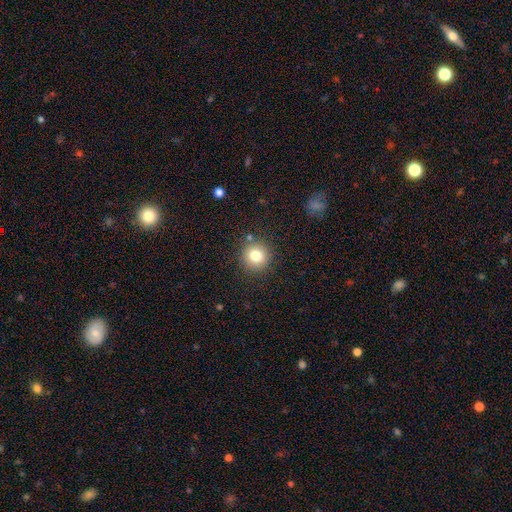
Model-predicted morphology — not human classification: Smooth or featured: smooth — 79% (star or artifact — 12%)
How rounded: round — 92% (in between — 7%)
Merging: none — 87% (minor disturbance — 8%)